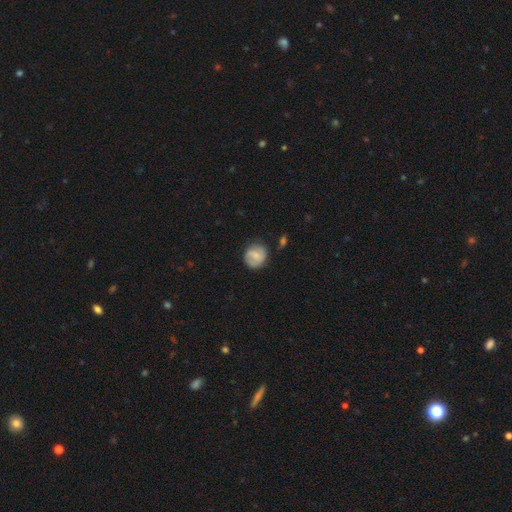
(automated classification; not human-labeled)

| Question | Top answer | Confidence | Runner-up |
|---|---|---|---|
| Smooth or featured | smooth | 66% | featured or disk (27%) |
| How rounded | round | 78% | in between (21%) |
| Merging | none | 68% | minor disturbance (23%) |